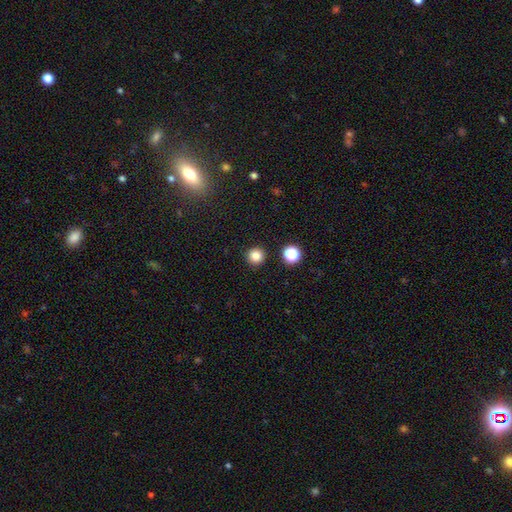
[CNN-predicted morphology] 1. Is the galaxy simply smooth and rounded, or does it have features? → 83% smooth, 13% star or artifact, 4% featured or disk.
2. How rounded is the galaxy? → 95% round, 4% in between, 1% cigar-shaped.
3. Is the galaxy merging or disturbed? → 91% none, 5% minor disturbance, 2% major disturbance, 2% merger.